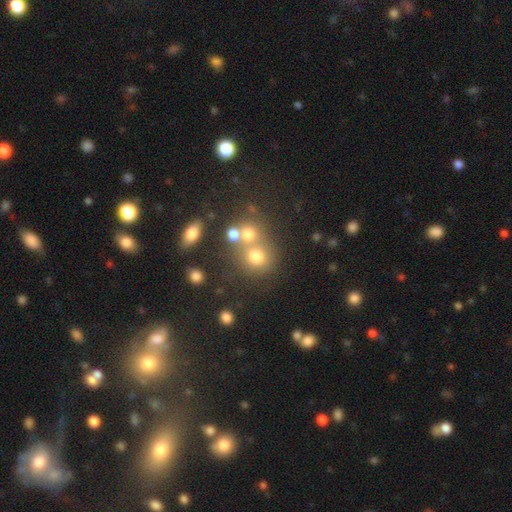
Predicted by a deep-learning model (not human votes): A smooth galaxy with no disk features (65%) that is round (80%).

Vote fractions:
- Smooth or featured? smooth: 65% / star or artifact: 20% / featured or disk: 15%
- How rounded? round: 80% / in between: 19% / cigar-shaped: 1%
- Merging? none: 49% / merger: 37% / minor disturbance: 9% / major disturbance: 5%